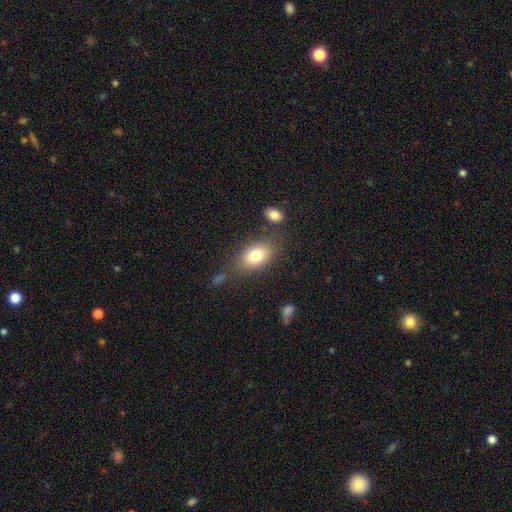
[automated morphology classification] Smooth or featured? smooth (78%)
How rounded? in between (81%)
Merging? none (68%)